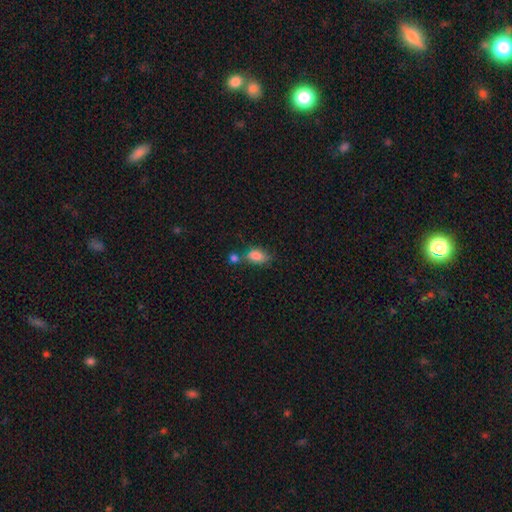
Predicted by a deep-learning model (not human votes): smooth_or_featured: smooth (p=0.83) [alt: star or artifact p=0.09]
how_rounded: in between (p=0.87) [alt: round p=0.08]
merging: none (p=0.48) [alt: merger p=0.24]